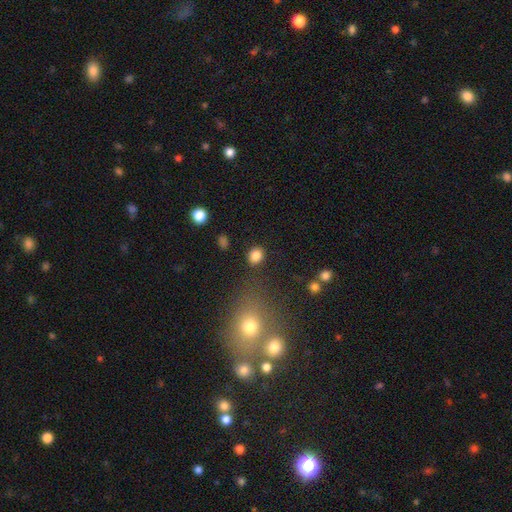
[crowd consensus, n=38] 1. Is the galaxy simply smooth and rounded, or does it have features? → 84% smooth, 8% featured or disk, 8% star or artifact.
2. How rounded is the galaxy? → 53% round, 47% in between, 0% cigar-shaped.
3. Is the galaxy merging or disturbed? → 89% none, 11% minor disturbance, 0% major disturbance, 0% merger.